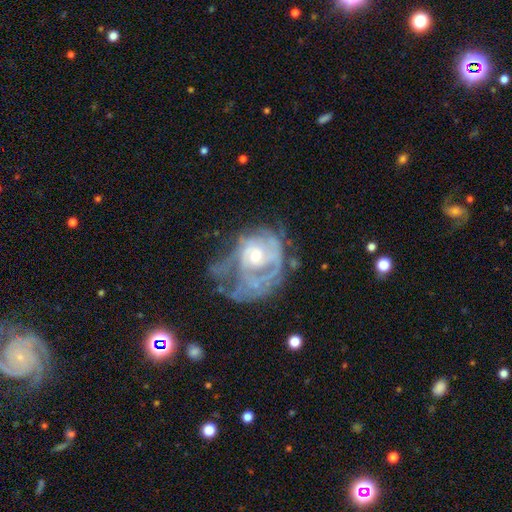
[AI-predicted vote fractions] Q: Smooth or featured?
A: featured or disk (77%); runner-up: smooth (16%)
Q: Edge-on disk?
A: no (97%); runner-up: yes (3%)
Q: Bar?
A: no (76%); runner-up: weak (20%)
Q: Spiral arms?
A: yes (66%); runner-up: no (34%)
Q: Bulge size?
A: moderate (50%); runner-up: small (43%)
Q: Merging?
A: major disturbance (49%); runner-up: none (23%)